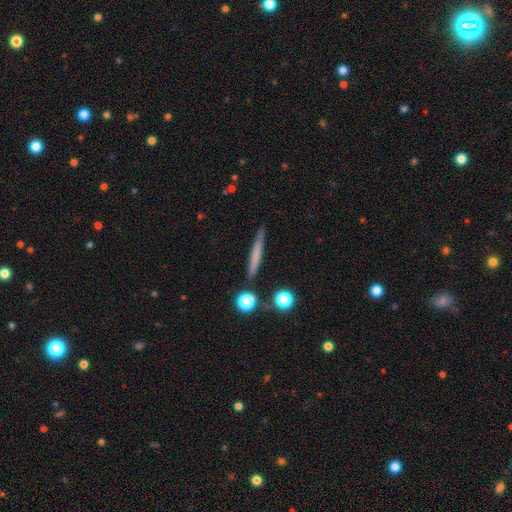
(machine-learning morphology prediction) Smooth or featured? smooth (60%)
How rounded? cigar-shaped (93%)
Merging? none (86%)